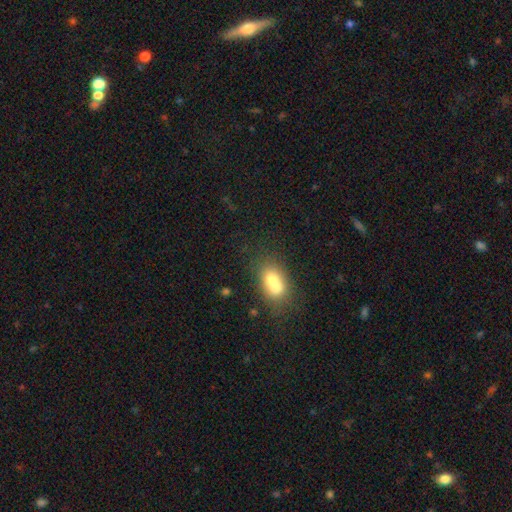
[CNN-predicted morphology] The model was most divided on "smooth or featured": smooth: 73%, star or artifact: 18%, featured or disk: 9%. More confident: how rounded — in between (82%); merging — none (76%).